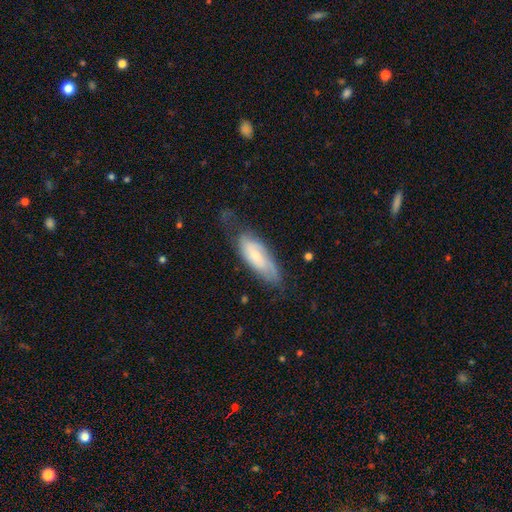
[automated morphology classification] smooth_or_featured: featured or disk (p=0.49) [alt: smooth p=0.44]
merging: none (p=0.52) [alt: minor disturbance p=0.31]